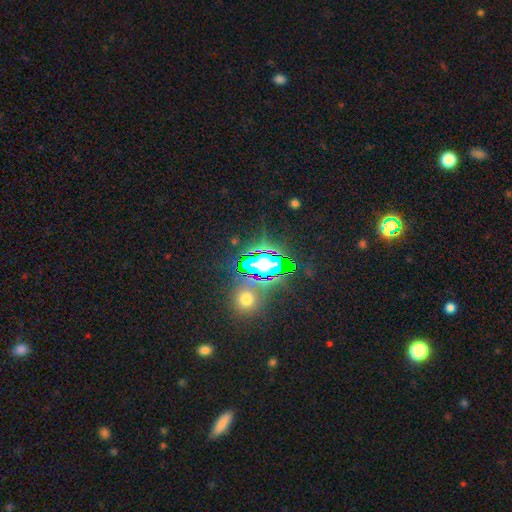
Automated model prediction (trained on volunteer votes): Overall: star or artifact (81%).